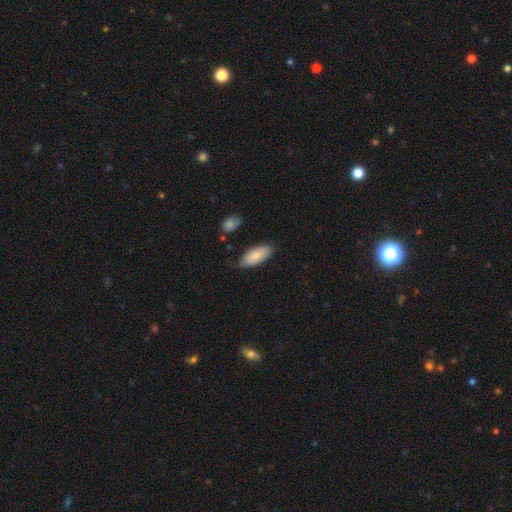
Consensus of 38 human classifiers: smooth_or_featured: smooth (p=0.92) [alt: star or artifact p=0.05]
how_rounded: in between (p=0.91) [alt: cigar-shaped p=0.06]
merging: none (p=0.83) [alt: minor disturbance p=0.11]